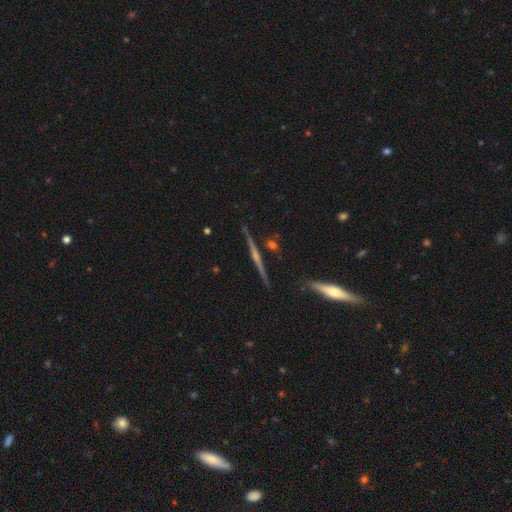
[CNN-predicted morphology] smooth-or-featured: featured or disk: 68% | smooth: 17% | star or artifact: 15%
  disk-edge-on: yes: 94% | no: 6%
    edge-on-bulge: rounded: 73% | none: 18% | boxy: 9%
  merging: none: 81% | minor disturbance: 10% | merger: 5% | major disturbance: 4%